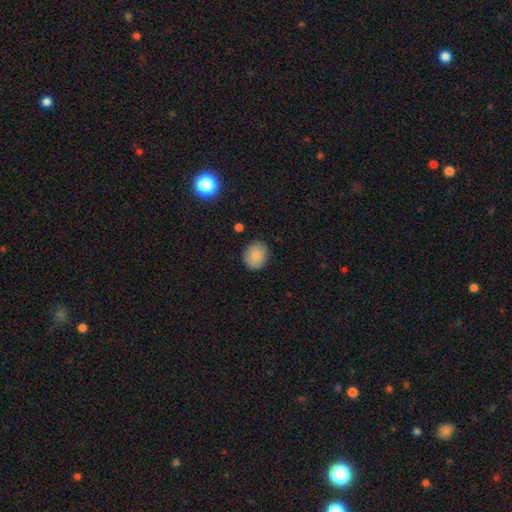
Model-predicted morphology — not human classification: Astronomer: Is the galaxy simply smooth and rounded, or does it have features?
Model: smooth — 87%.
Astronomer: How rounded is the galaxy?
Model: round — 68%.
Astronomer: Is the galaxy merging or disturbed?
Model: none — 86%.